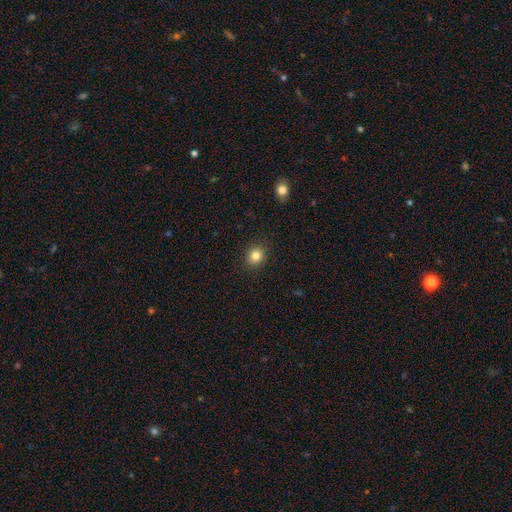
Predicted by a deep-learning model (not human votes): Smooth or featured? Predicted: smooth (p=0.83). How rounded? Predicted: round (p=0.80). Merging? Predicted: none (p=0.90).